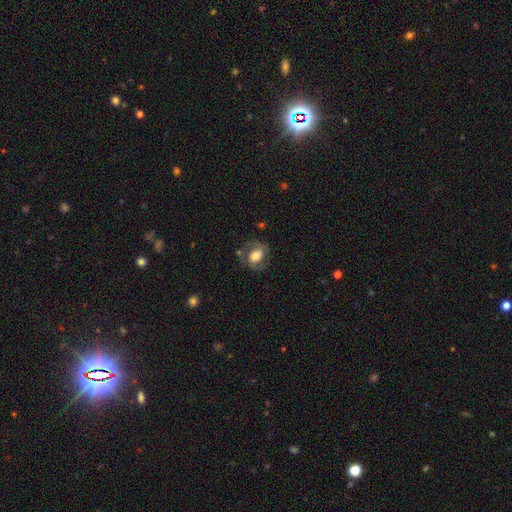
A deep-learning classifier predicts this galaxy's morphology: type=featured or disk (56%); edge-on=no (96%); bar=no (47%); spiral arms=yes (75%); bulge=moderate (47%); merging=none (66%).